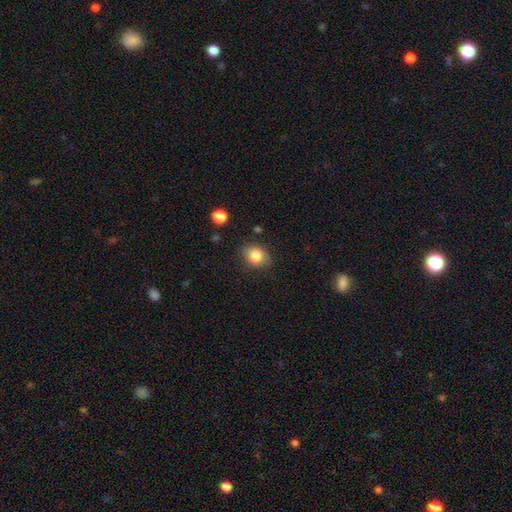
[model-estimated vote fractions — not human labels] Smooth or featured: smooth — 82% (star or artifact — 9%)
How rounded: in between — 53% (round — 46%)
Merging: none — 83% (minor disturbance — 13%)